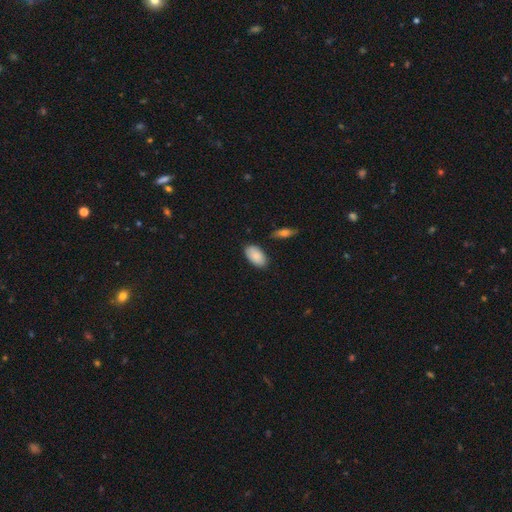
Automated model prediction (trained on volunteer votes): Overall: smooth (86%). How rounded: in between (95%). Merging: none (82%).